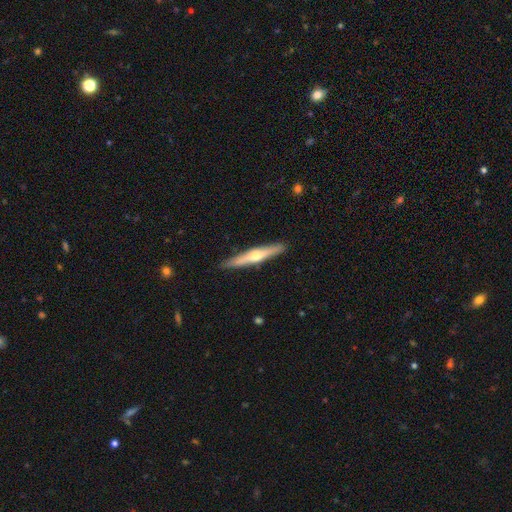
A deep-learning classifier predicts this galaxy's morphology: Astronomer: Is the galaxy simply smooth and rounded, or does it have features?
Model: featured or disk — 62%.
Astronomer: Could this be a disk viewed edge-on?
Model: yes — 96%.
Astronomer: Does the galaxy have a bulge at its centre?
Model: rounded — 88%.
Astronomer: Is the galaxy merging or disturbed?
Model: none — 90%.